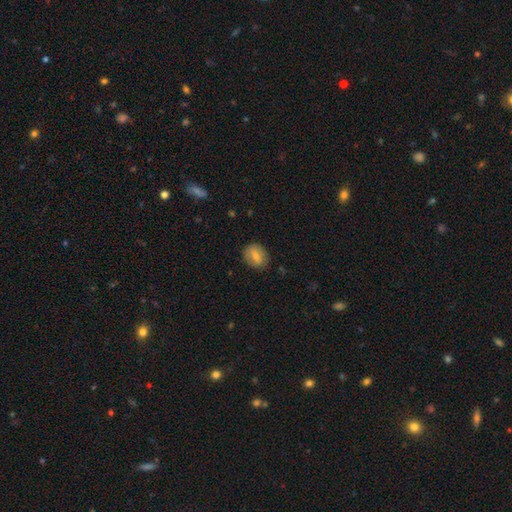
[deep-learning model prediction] smooth 74%, featured or disk 18%, star or artifact 8%. Down the decision tree: how rounded — in between (52%); merging — none (80%).